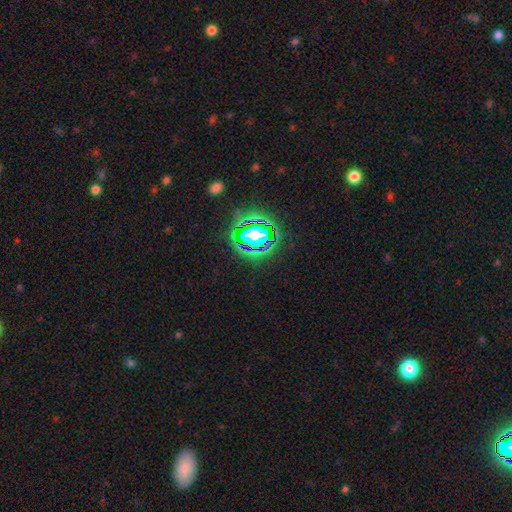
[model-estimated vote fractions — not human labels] Overall: star or artifact (82%).